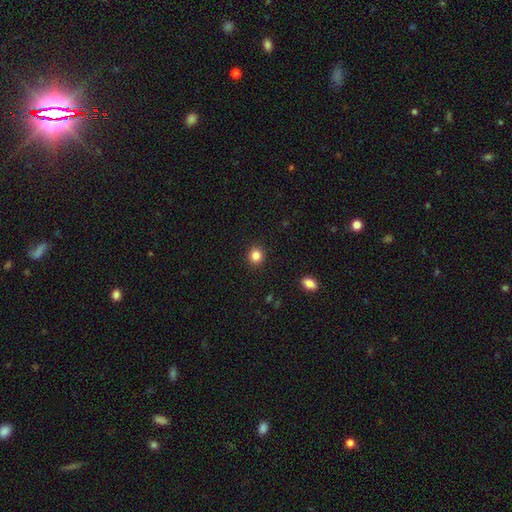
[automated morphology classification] smooth 84%, star or artifact 11%, featured or disk 5%. Down the decision tree: how rounded — round (87%); merging — none (91%).